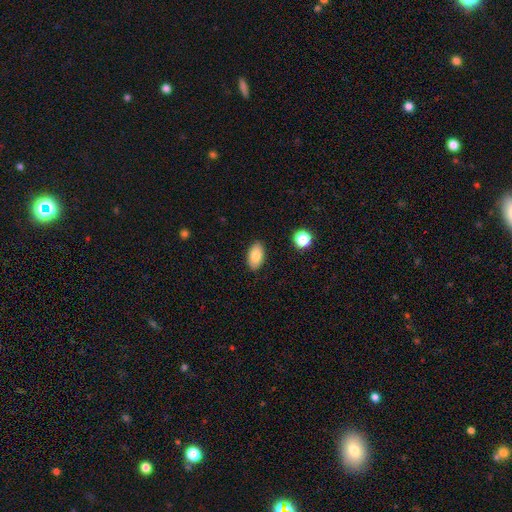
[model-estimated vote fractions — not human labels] The model was most divided on "smooth or featured": smooth: 84%, featured or disk: 8%, star or artifact: 8%. More confident: how rounded — in between (93%); merging — none (88%).